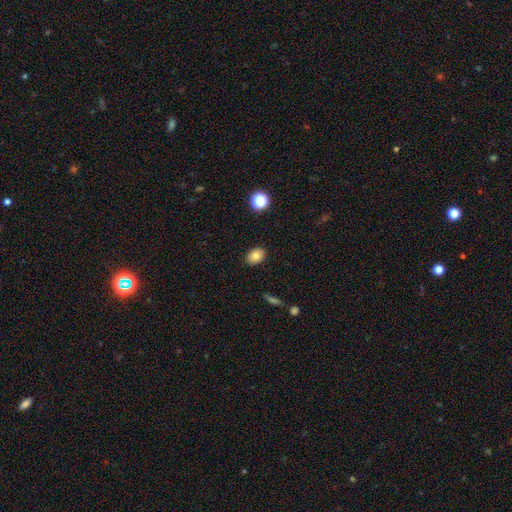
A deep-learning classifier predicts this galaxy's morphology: smooth 81%, star or artifact 10%, featured or disk 9%. Down the decision tree: how rounded — in between (77%); merging — none (88%).